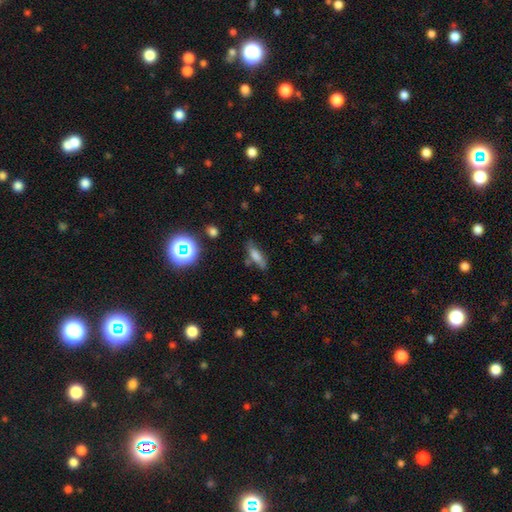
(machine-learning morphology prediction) smooth_or_featured: smooth (p=0.68) [alt: featured or disk p=0.18]
how_rounded: in between (p=0.51) [alt: cigar-shaped p=0.45]
merging: none (p=0.67) [alt: minor disturbance p=0.21]